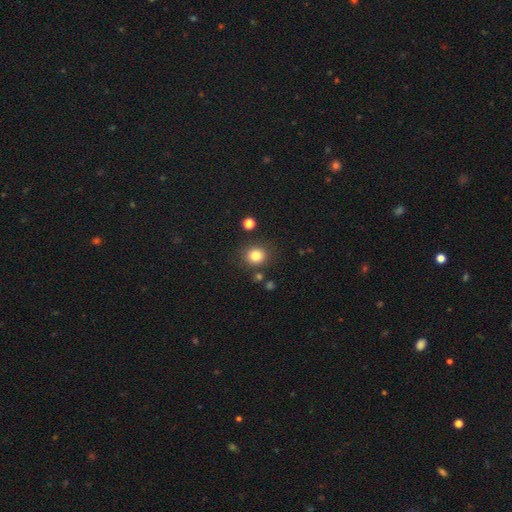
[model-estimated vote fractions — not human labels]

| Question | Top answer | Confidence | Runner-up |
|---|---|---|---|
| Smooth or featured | smooth | 82% | star or artifact (12%) |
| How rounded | round | 83% | in between (16%) |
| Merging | none | 84% | minor disturbance (9%) |